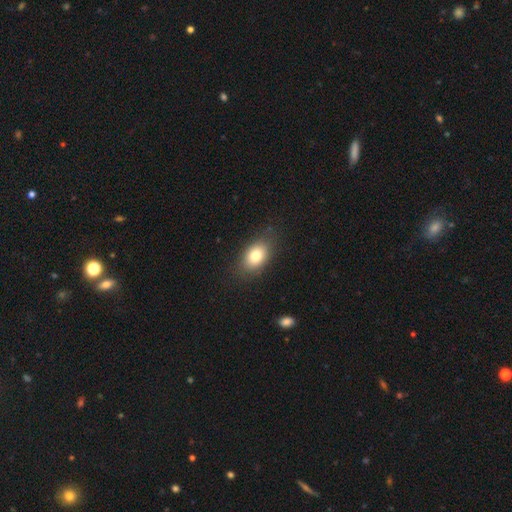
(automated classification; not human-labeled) Q: Smooth or featured?
A: smooth (79%); runner-up: featured or disk (12%)
Q: How rounded?
A: in between (84%); runner-up: round (15%)
Q: Merging?
A: none (82%); runner-up: minor disturbance (13%)